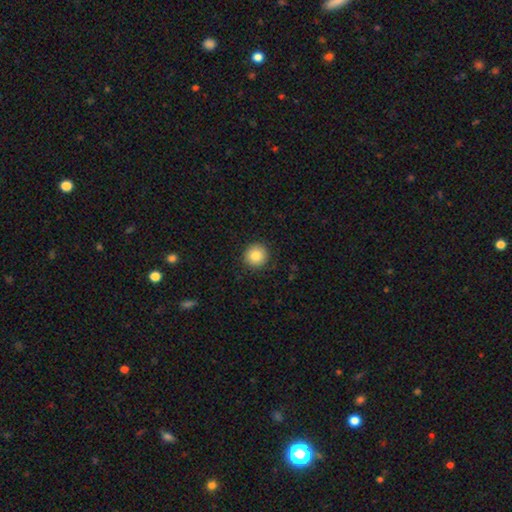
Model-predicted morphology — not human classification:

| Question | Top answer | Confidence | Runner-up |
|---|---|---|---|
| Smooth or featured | smooth | 84% | star or artifact (9%) |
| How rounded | round | 94% | in between (5%) |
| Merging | none | 92% | minor disturbance (6%) |